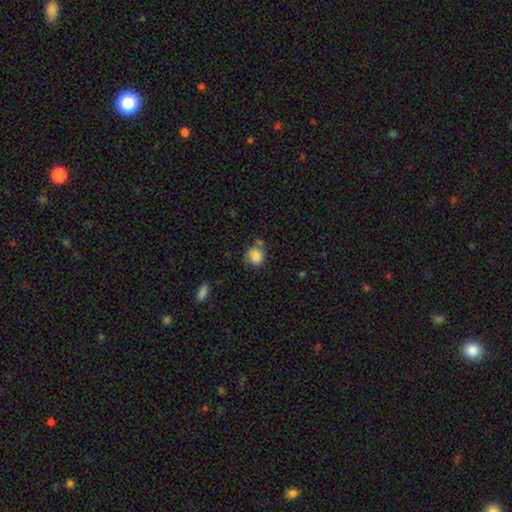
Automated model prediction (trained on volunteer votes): Smooth or featured: smooth — 85% (star or artifact — 9%)
How rounded: round — 79% (in between — 20%)
Merging: none — 55% (minor disturbance — 23%)